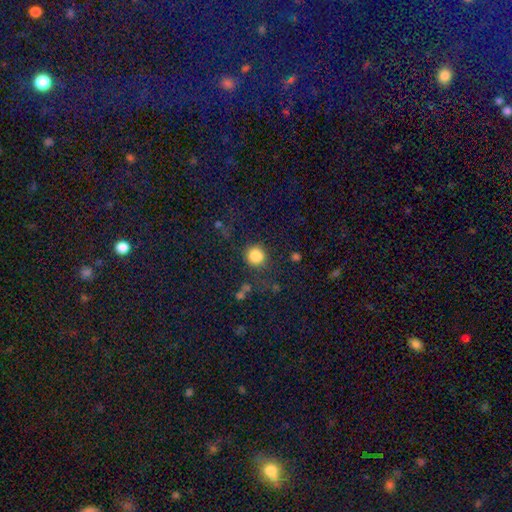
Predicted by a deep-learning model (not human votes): Smooth or featured?
  - smooth: 85% *
  - star or artifact: 11%
  - featured or disk: 4%
How rounded?
  - round: 87% *
  - in between: 11%
  - cigar-shaped: 1%
Merging?
  - none: 75% *
  - minor disturbance: 13%
  - major disturbance: 7%
  - merger: 5%